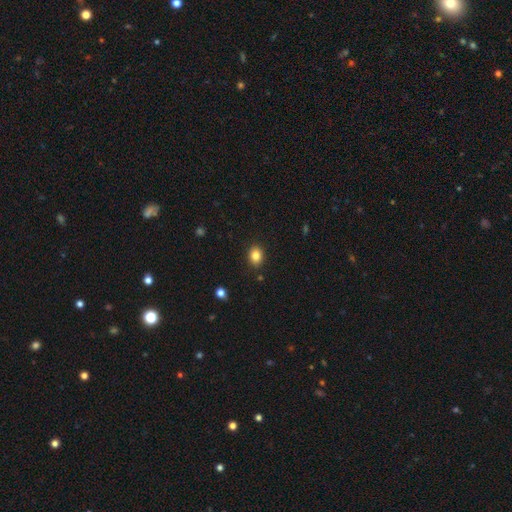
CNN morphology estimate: Smooth or featured: smooth — 84% (star or artifact — 10%)
How rounded: round — 51% (in between — 48%)
Merging: none — 89% (minor disturbance — 8%)